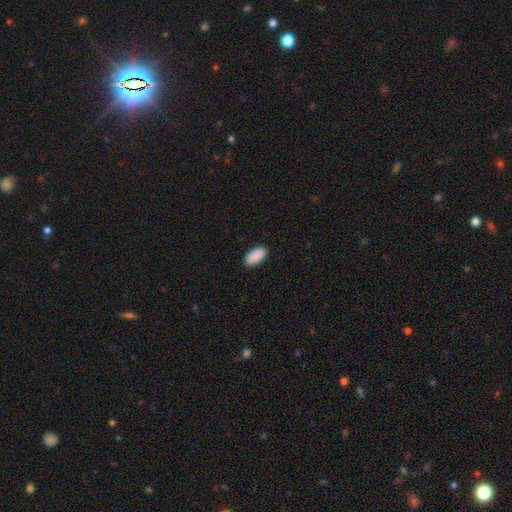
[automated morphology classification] smooth_or_featured: smooth (p=0.90) [alt: star or artifact p=0.07]
how_rounded: in between (p=0.92) [alt: cigar-shaped p=0.06]
merging: none (p=0.88) [alt: minor disturbance p=0.10]